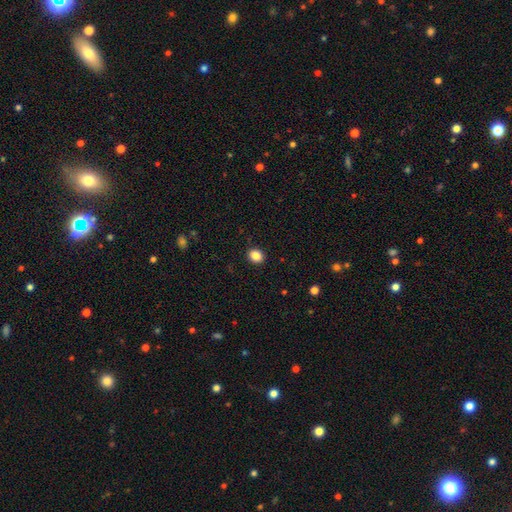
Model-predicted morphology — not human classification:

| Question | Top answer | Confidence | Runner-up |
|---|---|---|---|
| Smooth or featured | smooth | 86% | star or artifact (10%) |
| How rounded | round | 58% | in between (41%) |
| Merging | none | 91% | minor disturbance (6%) |